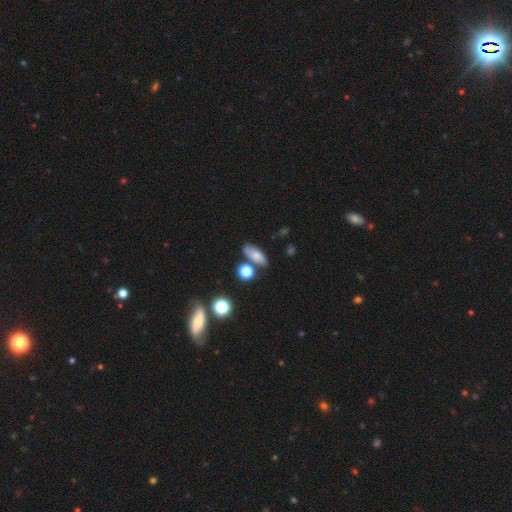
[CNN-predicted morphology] This is likely a smooth galaxy (71%). How rounded: likely in between (73%). Merging: likely none (70%).